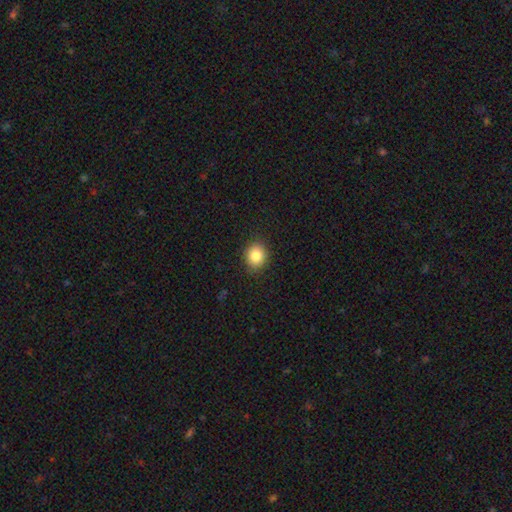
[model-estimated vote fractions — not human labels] Smooth or featured: smooth — 84% (star or artifact — 10%)
How rounded: round — 74% (in between — 25%)
Merging: none — 88% (minor disturbance — 8%)